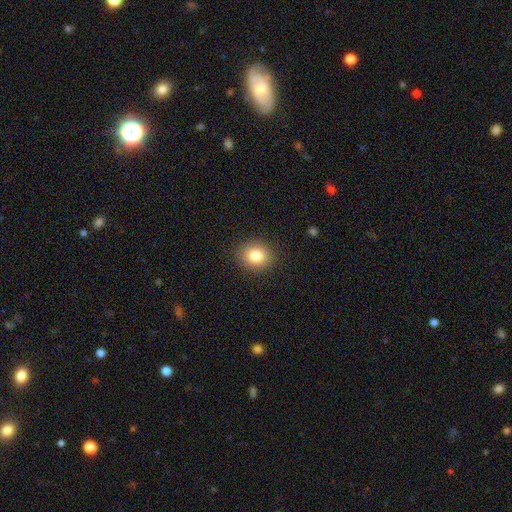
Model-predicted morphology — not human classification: Smooth or featured: smooth — 83% (star or artifact — 10%)
How rounded: round — 73% (in between — 26%)
Merging: none — 89% (minor disturbance — 7%)